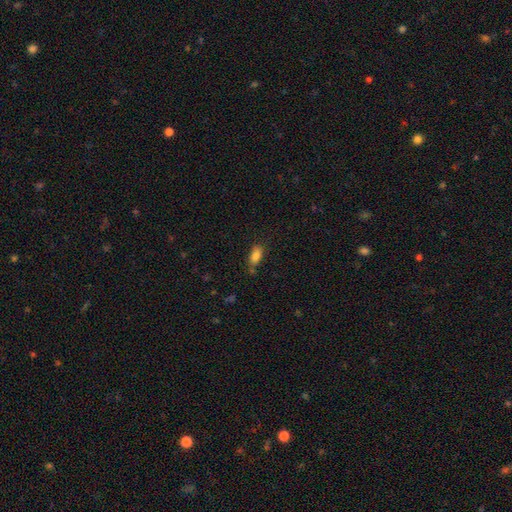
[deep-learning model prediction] This is clearly a smooth galaxy (83%). How rounded: clearly in between (85%). Merging: likely none (70%).